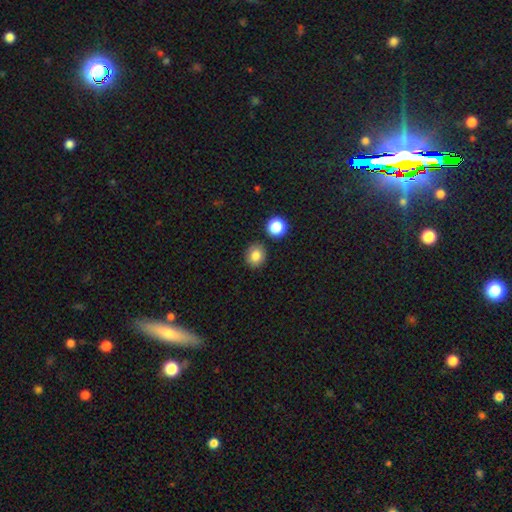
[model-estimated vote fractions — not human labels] Overall: smooth (84%). How rounded: round (76%). Merging: none (86%).